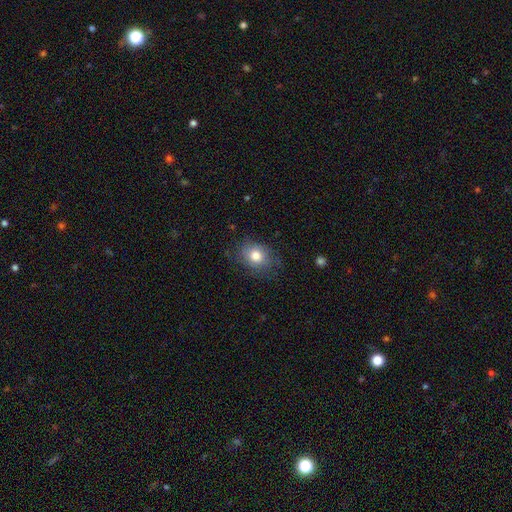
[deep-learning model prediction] Morphology: type=smooth (79%); roundness=in between (55%); merging=none (72%).